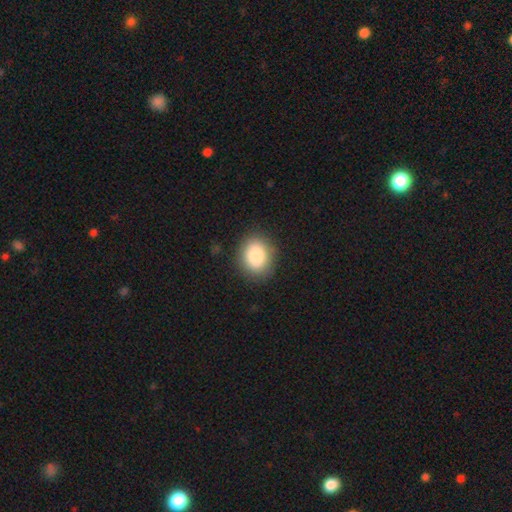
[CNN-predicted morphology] Overall: smooth (86%). How rounded: round (57%; in between 42%). Merging: none (87%).